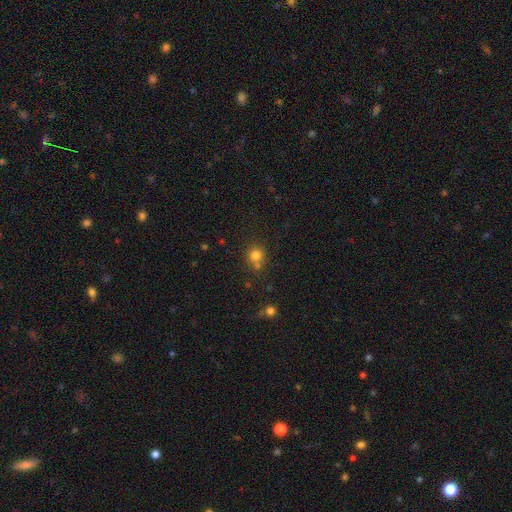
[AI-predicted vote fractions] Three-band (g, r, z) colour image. It shows a smooth galaxy with no disk features (78%) that is round (90%). Merging: none (65%).